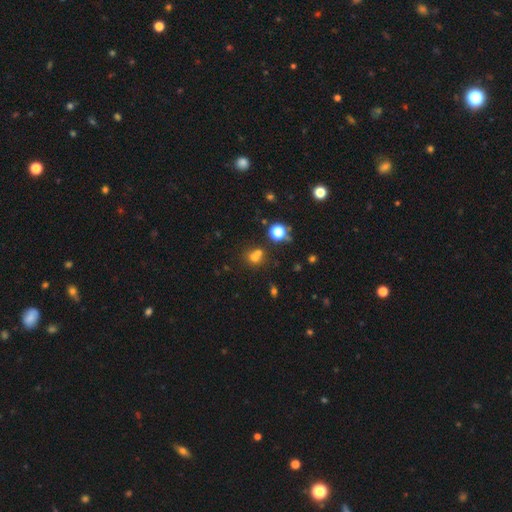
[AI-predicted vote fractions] Smooth or featured? Predicted: smooth (p=0.63). How rounded? Predicted: round (p=0.81). Merging? Predicted: none (p=0.46).